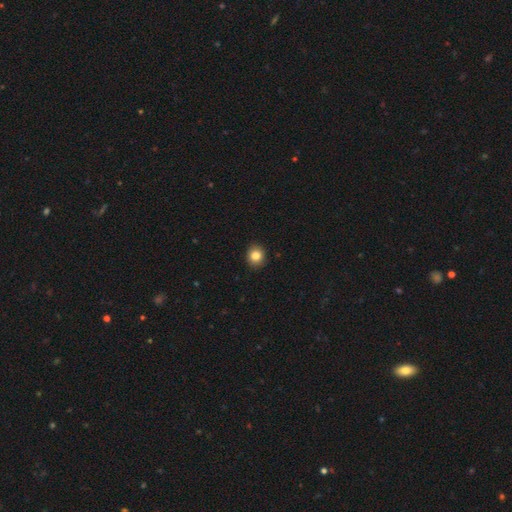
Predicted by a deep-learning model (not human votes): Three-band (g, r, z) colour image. It shows a smooth galaxy with no disk features (83%) that is round (78%). Merging: none (92%).